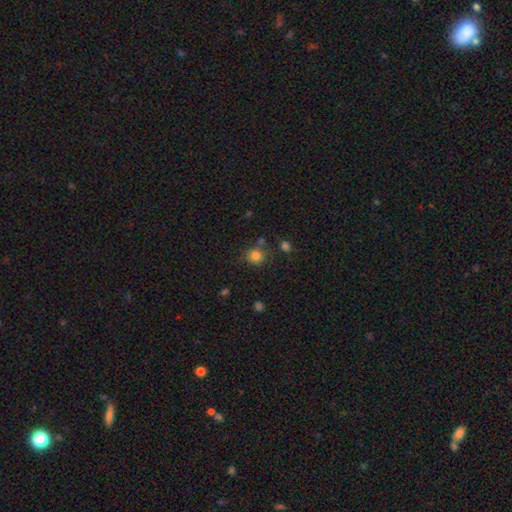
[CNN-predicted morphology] type=smooth (82%); roundness=round (87%); merging=none (74%).